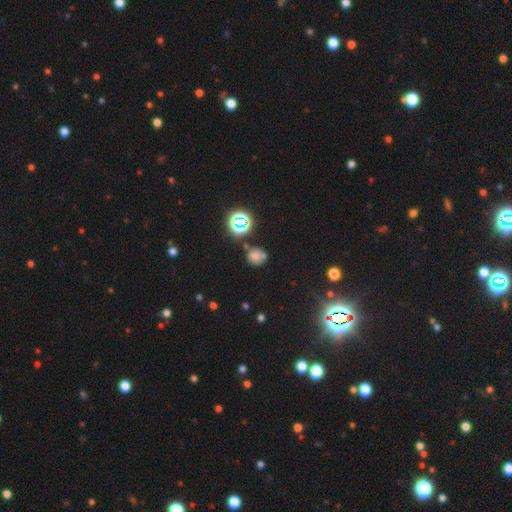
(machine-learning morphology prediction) This appears to be a smooth galaxy with no disk features (61%) that is round (79%). Merging: none (62%).